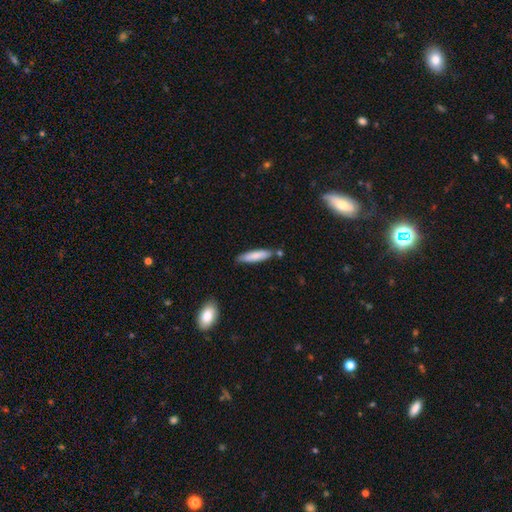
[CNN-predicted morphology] The model was most divided on "how rounded": cigar-shaped: 79%, in between: 20%, round: 1%. More confident: smooth or featured — smooth (82%); merging — none (78%).